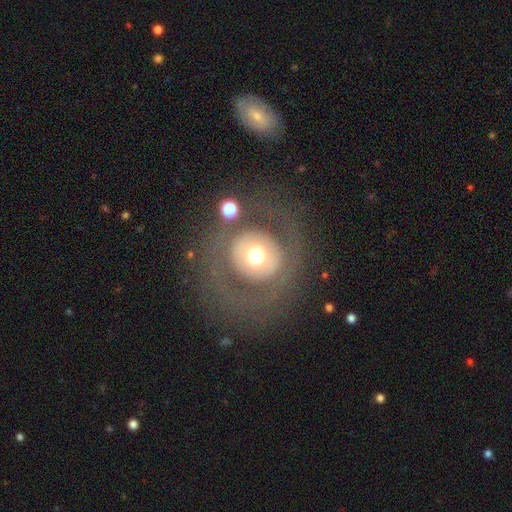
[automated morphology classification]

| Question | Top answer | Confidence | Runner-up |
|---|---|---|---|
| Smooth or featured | smooth | 48% | featured or disk (41%) |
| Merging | none | 74% | major disturbance (13%) |